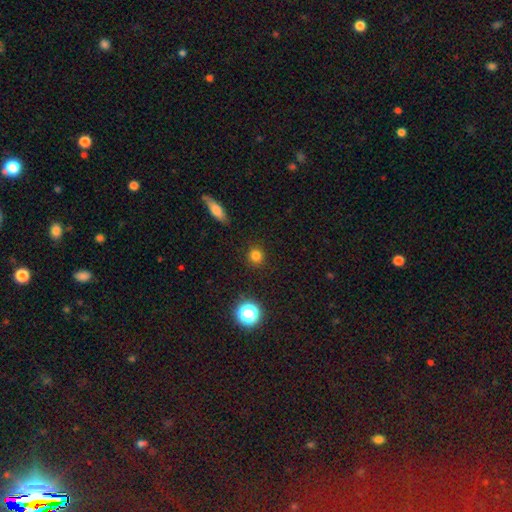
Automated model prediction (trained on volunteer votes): A smooth galaxy with no disk features (80%) that is round (91%). Merging: none (89%).